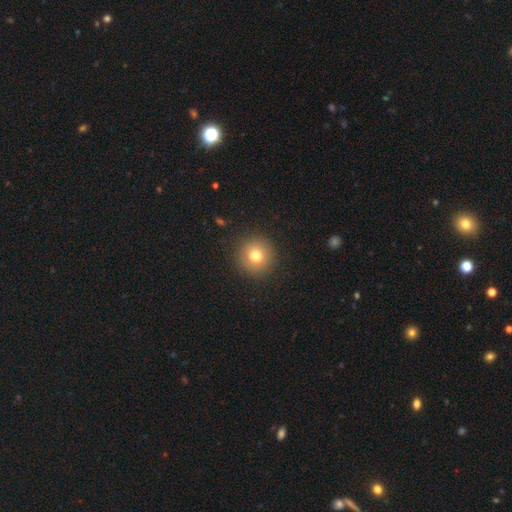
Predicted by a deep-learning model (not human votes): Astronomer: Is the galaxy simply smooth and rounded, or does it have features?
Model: smooth — 77%.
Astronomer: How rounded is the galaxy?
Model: round — 95%.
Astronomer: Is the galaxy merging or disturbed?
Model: none — 90%.